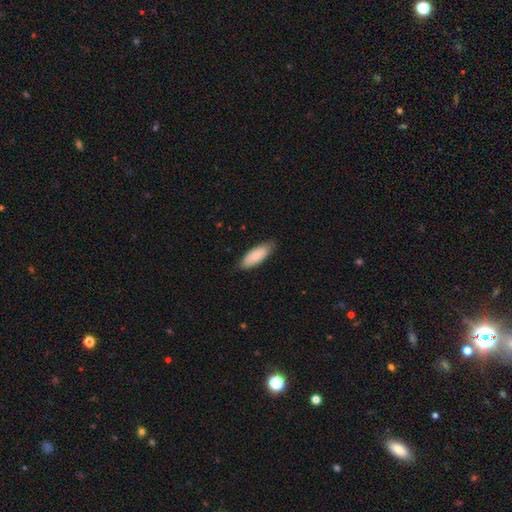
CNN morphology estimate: This appears to be a smooth galaxy with no disk features (85%) that is in between round and cigar-shaped (74%). Merging: none (81%).